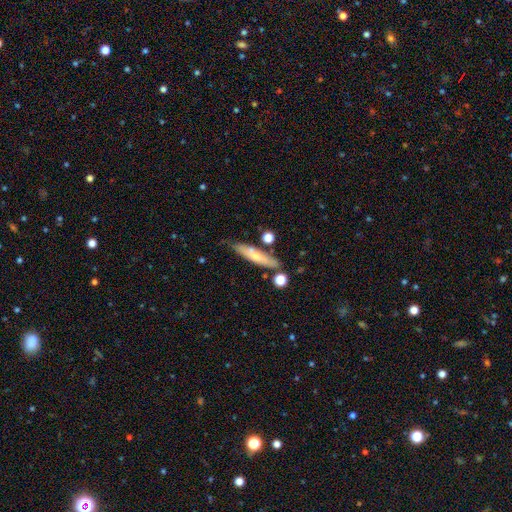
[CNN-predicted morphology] Smooth or featured? smooth (58%)
How rounded? cigar-shaped (81%)
Merging? none (73%)